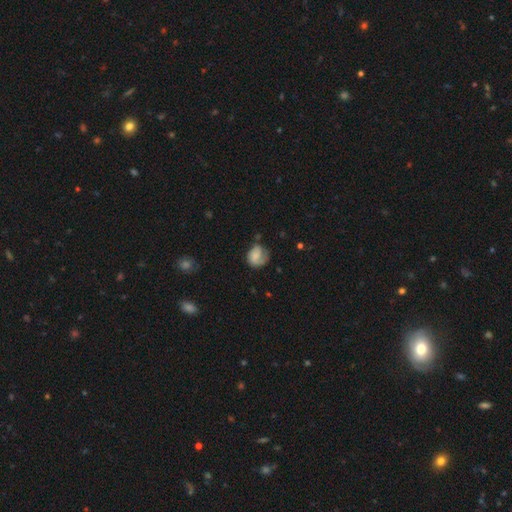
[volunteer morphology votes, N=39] Volunteers were most divided on "smooth or featured": smooth: 49%, featured or disk: 44%, star or artifact: 8%. More confident: merging — none (58%); how rounded — round (58%).